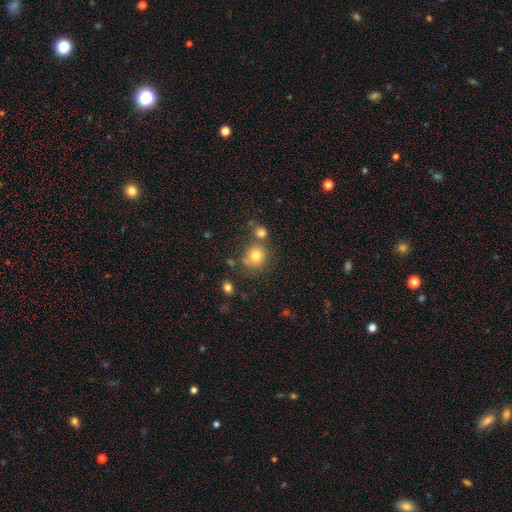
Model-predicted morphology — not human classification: Smooth or featured: smooth — 78% (star or artifact — 12%)
How rounded: round — 85% (in between — 14%)
Merging: none — 62% (merger — 19%)